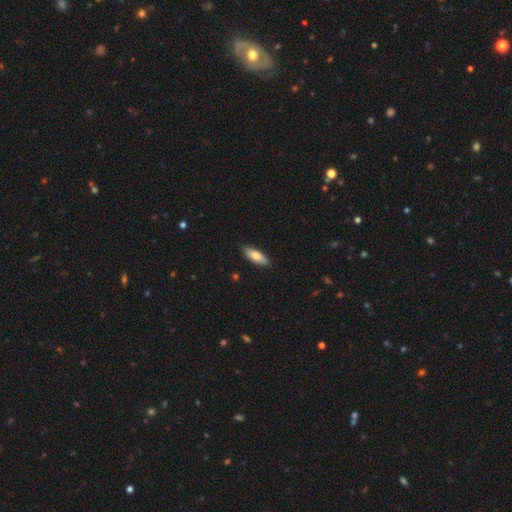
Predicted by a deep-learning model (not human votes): Morphology: type=smooth (76%); roundness=in between (61%); merging=none (88%).